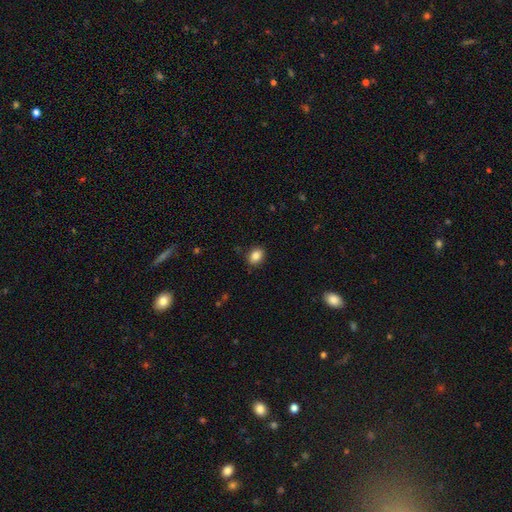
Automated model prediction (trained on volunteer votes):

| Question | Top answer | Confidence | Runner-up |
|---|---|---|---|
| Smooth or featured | smooth | 86% | star or artifact (9%) |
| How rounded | in between | 62% | round (37%) |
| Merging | none | 88% | minor disturbance (9%) |